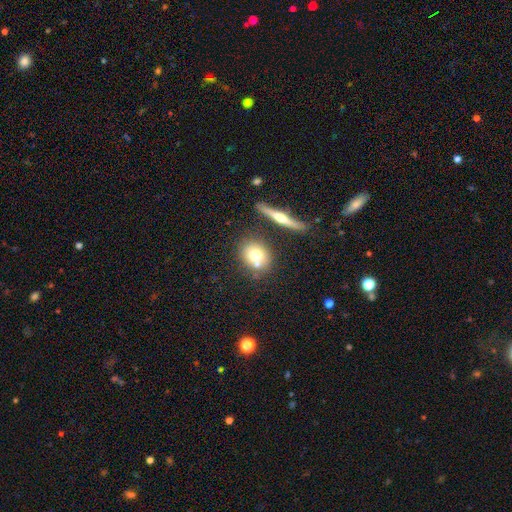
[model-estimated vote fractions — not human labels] Smooth or featured: smooth — 67% (featured or disk — 23%)
How rounded: round — 71% (in between — 26%)
Merging: none — 65% (merger — 20%)